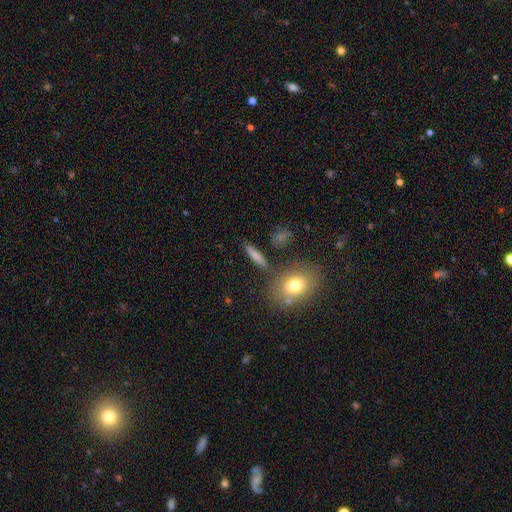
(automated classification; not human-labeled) smooth 74%, featured or disk 17%, star or artifact 9%. Down the decision tree: how rounded — cigar-shaped (71%); merging — none (82%).